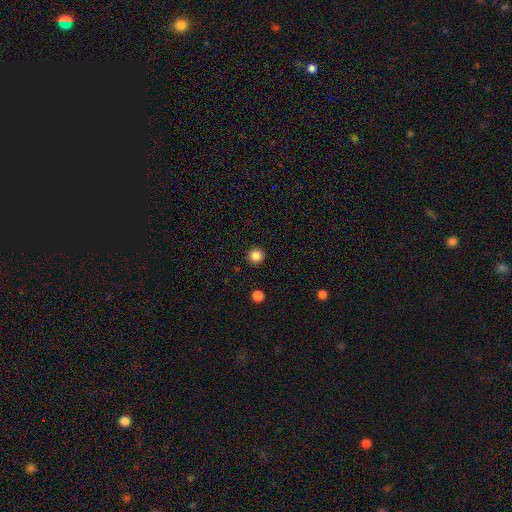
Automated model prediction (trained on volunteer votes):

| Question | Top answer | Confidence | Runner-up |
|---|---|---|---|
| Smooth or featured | smooth | 86% | star or artifact (11%) |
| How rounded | round | 96% | in between (4%) |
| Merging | none | 93% | minor disturbance (4%) |